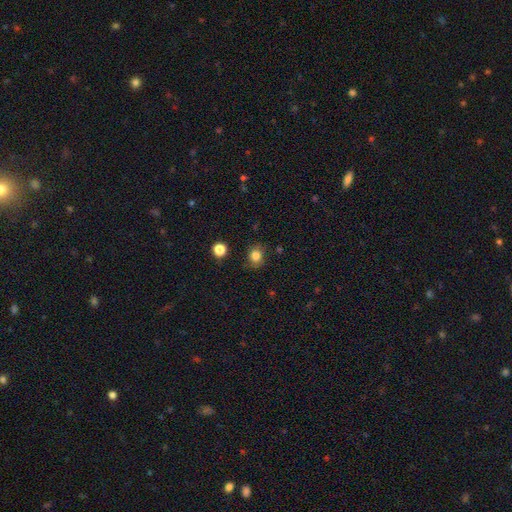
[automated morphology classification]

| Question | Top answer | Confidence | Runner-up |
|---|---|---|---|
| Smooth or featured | smooth | 83% | star or artifact (11%) |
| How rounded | round | 68% | in between (31%) |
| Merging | none | 80% | minor disturbance (14%) |